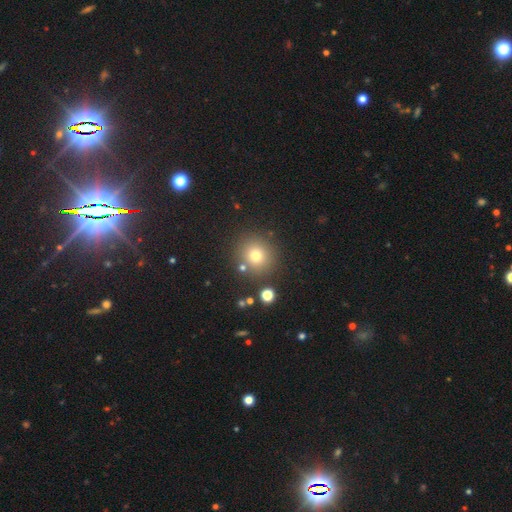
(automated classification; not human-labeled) smooth 75%, star or artifact 16%, featured or disk 9%. Down the decision tree: how rounded — round (92%); merging — none (84%).